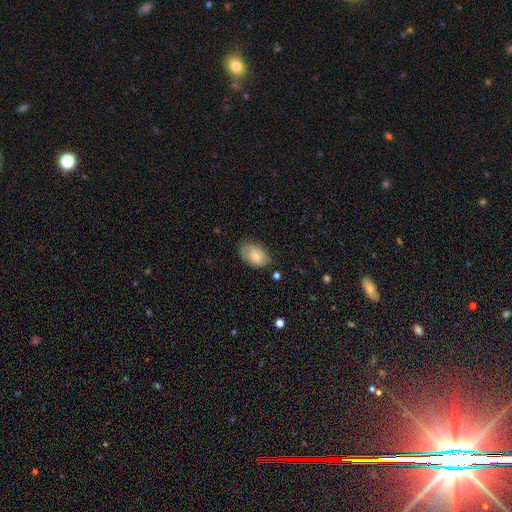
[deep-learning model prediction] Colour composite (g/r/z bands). It shows a smooth galaxy with no disk features (76%) that is in between round and cigar-shaped (87%). Merging: none (69%).